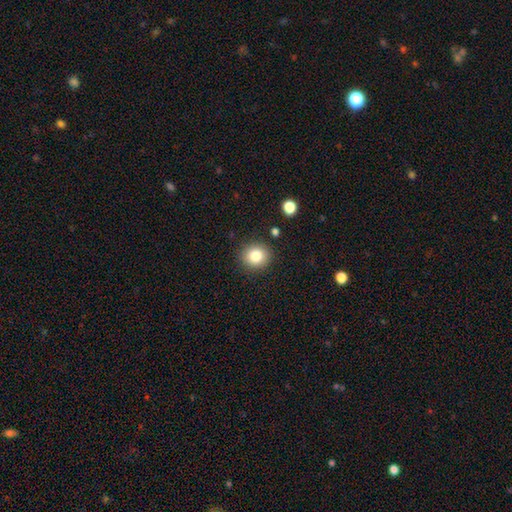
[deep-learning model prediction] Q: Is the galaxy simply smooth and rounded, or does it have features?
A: smooth — 83%.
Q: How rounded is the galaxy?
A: round — 85%.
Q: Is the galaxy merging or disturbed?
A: none — 88%.